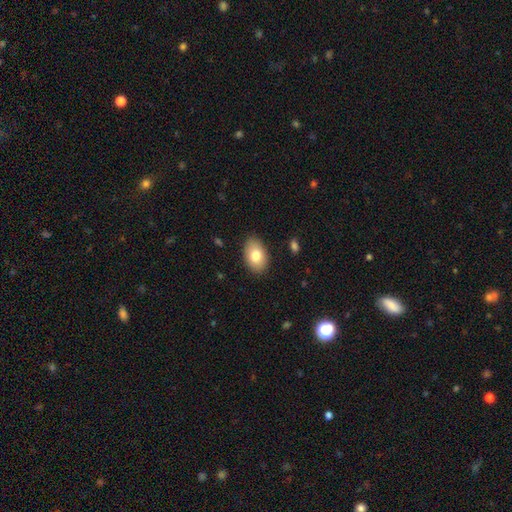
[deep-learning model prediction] This is likely a smooth galaxy (79%). How rounded: clearly in between (88%). Merging: clearly none (87%).